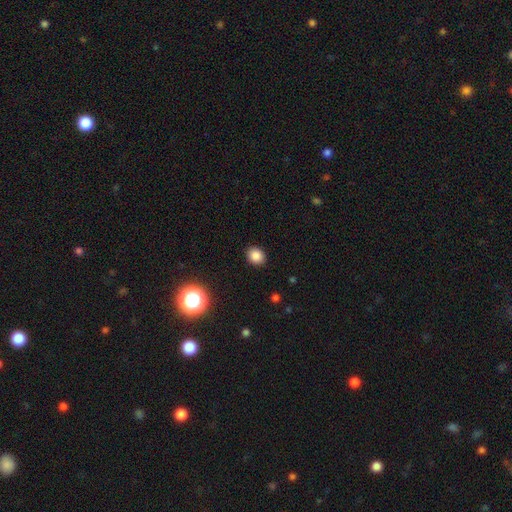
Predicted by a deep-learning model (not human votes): Smooth or featured?
  - smooth: 85% *
  - star or artifact: 11%
  - featured or disk: 4%
How rounded?
  - round: 60% *
  - in between: 39%
  - cigar-shaped: 1%
Merging?
  - none: 90% *
  - minor disturbance: 7%
  - major disturbance: 2%
  - merger: 1%